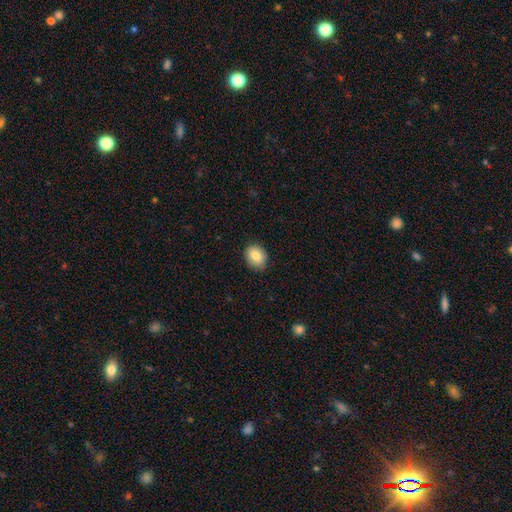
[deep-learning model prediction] Smooth or featured? smooth (84%)
How rounded? in between (59%)
Merging? none (87%)